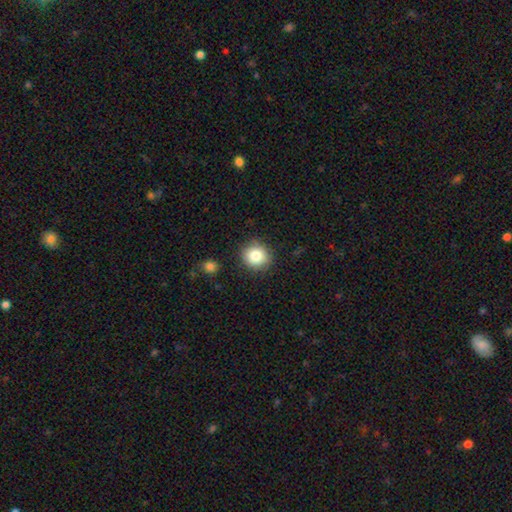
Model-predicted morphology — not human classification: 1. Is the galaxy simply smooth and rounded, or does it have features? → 83% smooth, 10% star or artifact, 7% featured or disk.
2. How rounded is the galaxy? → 88% round, 11% in between, 1% cigar-shaped.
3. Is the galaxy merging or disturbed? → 87% none, 9% minor disturbance, 2% major disturbance, 2% merger.